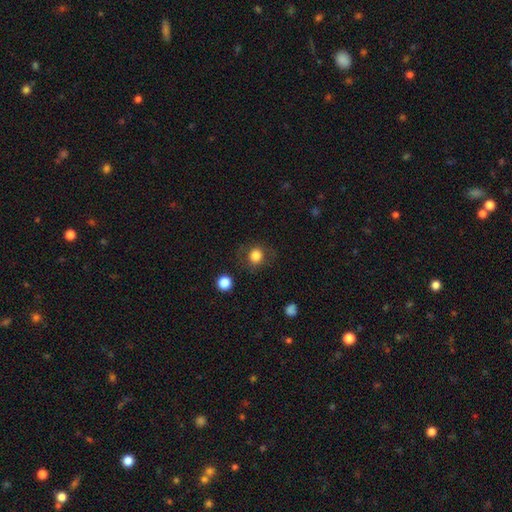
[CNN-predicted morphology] smooth_or_featured: smooth (p=0.80) [alt: featured or disk p=0.10]
how_rounded: round (p=0.83) [alt: in between p=0.16]
merging: none (p=0.79) [alt: minor disturbance p=0.12]